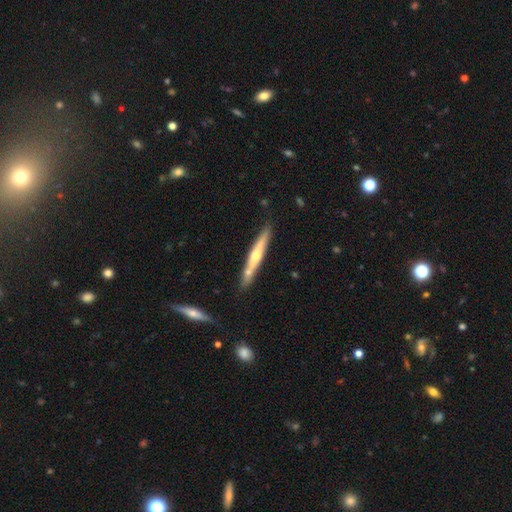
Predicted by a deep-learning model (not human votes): Smooth or featured: featured or disk — 59% (smooth — 36%)
Edge-on disk: yes — 95% (no — 5%)
Edge-on bulge: rounded — 79% (none — 16%)
Merging: none — 79% (minor disturbance — 12%)